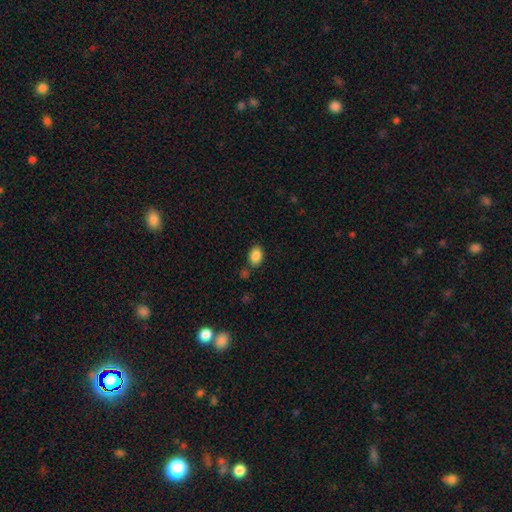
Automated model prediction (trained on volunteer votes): Smooth or featured? smooth (87%)
How rounded? in between (80%)
Merging? none (78%)